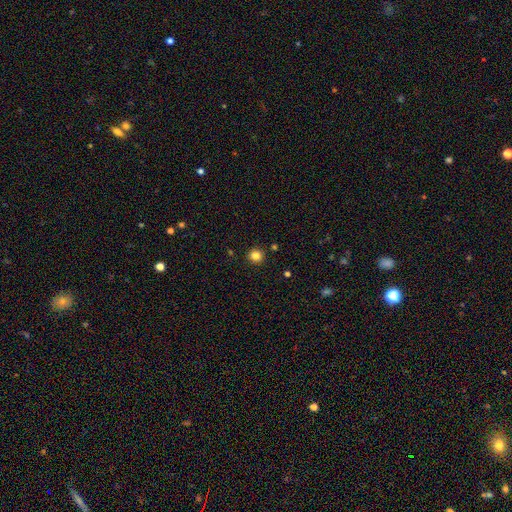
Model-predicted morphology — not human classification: type=smooth (83%); roundness=round (92%); merging=none (90%).